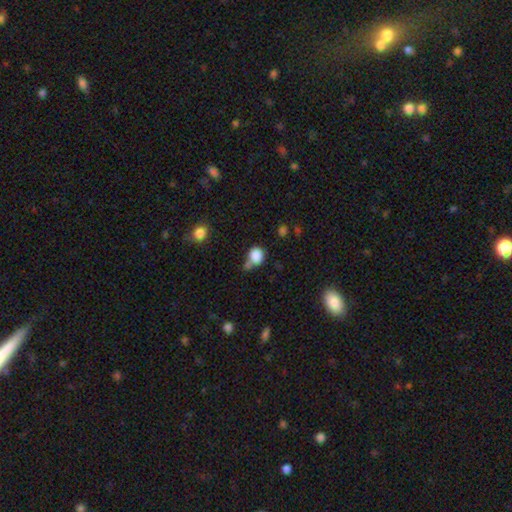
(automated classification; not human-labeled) smooth-or-featured: smooth: 85% | star or artifact: 10% | featured or disk: 5%
  how-rounded: round: 74% | in between: 25% | cigar-shaped: 1%
  merging: none: 48% | merger: 26% | minor disturbance: 18% | major disturbance: 8%